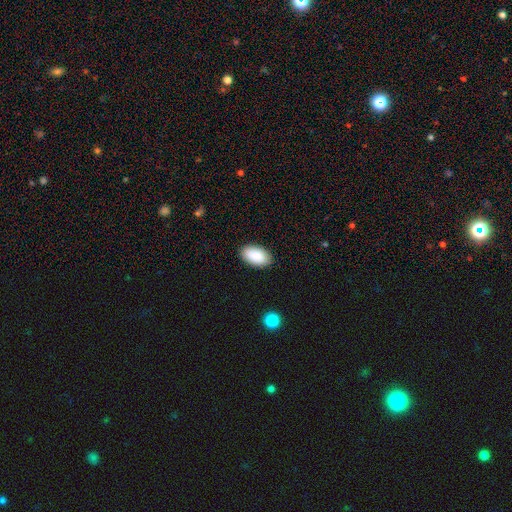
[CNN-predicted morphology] Smooth or featured?
  - smooth: 90% *
  - star or artifact: 6%
  - featured or disk: 4%
How rounded?
  - in between: 95% *
  - round: 4%
  - cigar-shaped: 1%
Merging?
  - none: 88% *
  - minor disturbance: 9%
  - major disturbance: 2%
  - merger: 1%